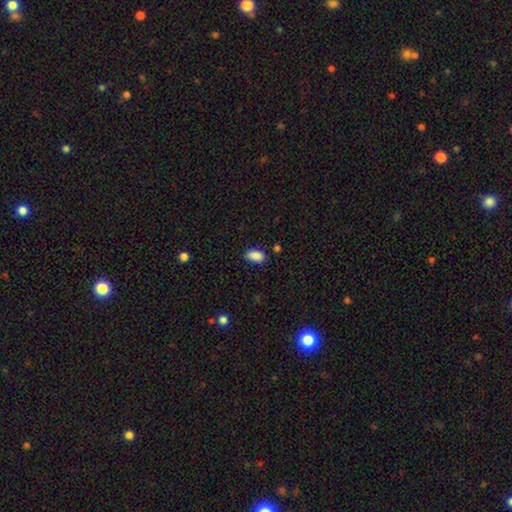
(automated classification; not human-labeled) A smooth galaxy with no disk features (89%) that is in between round and cigar-shaped (92%). Merging: none (82%).